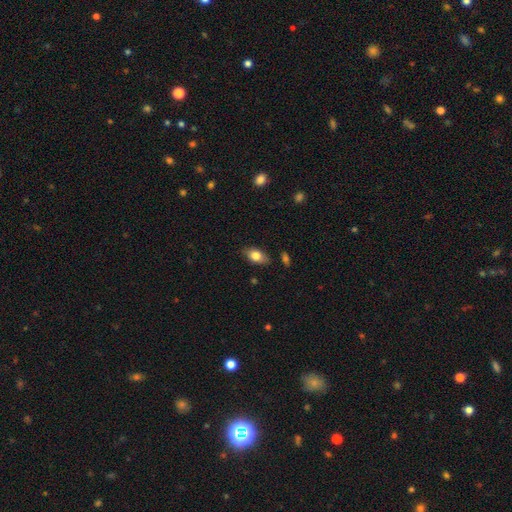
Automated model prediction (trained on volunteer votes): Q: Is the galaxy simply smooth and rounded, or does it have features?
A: smooth — 79%.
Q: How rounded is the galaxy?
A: in between — 87%.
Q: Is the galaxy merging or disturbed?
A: none — 82%.